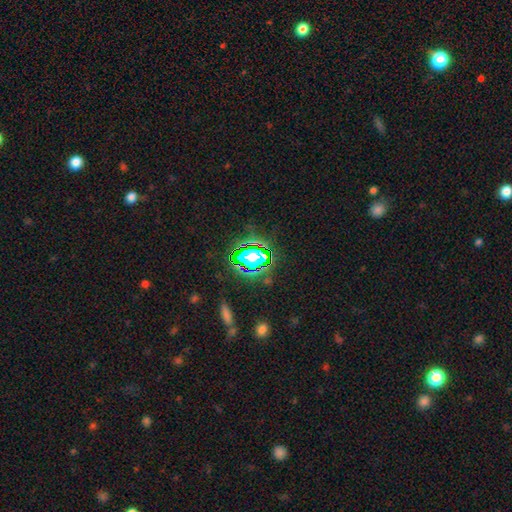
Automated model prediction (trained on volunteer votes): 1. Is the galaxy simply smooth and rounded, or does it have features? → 64% star or artifact, 23% smooth, 13% featured or disk.